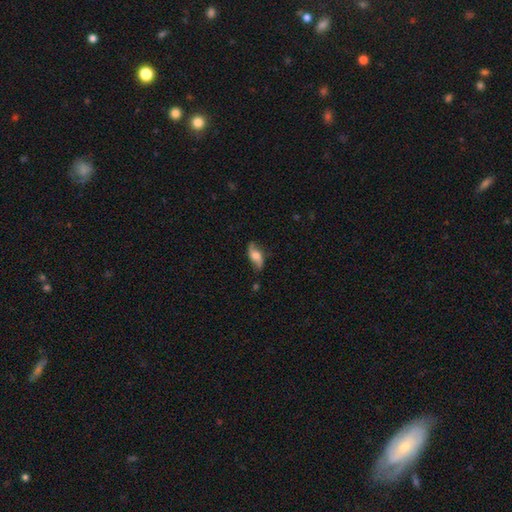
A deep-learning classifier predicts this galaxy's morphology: Smooth or featured? Predicted: featured or disk (p=0.53). Edge-on disk? Predicted: no (p=0.82). Merging? Predicted: none (p=0.71).